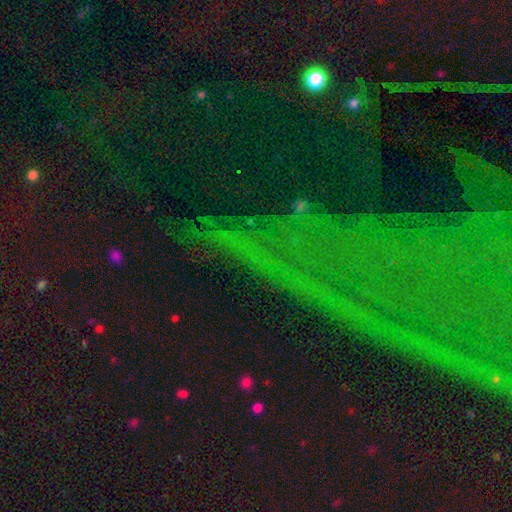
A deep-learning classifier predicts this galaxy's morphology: Q: Smooth or featured?
A: star or artifact (79%); runner-up: featured or disk (11%)